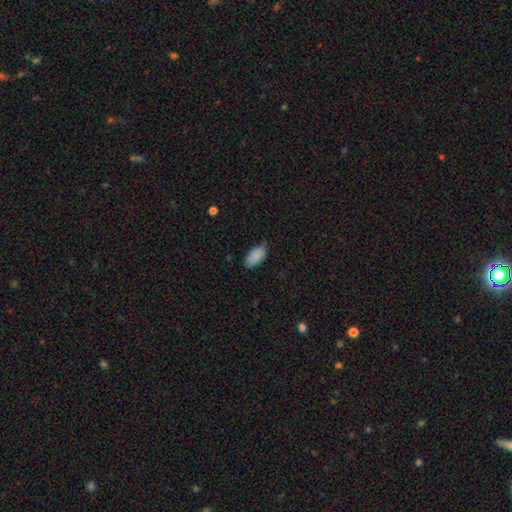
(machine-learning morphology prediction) smooth 87%, star or artifact 7%, featured or disk 6%. Down the decision tree: how rounded — in between (94%); merging — none (65%).